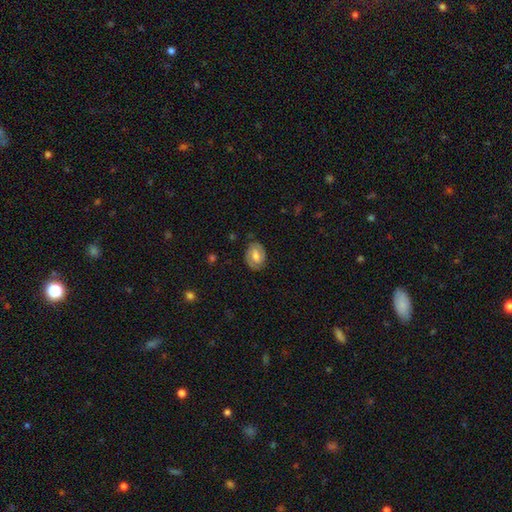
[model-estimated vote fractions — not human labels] Q: Smooth or featured?
A: featured or disk (51%); runner-up: smooth (42%)
Q: Edge-on disk?
A: no (96%); runner-up: yes (4%)
Q: Merging?
A: none (79%); runner-up: minor disturbance (16%)